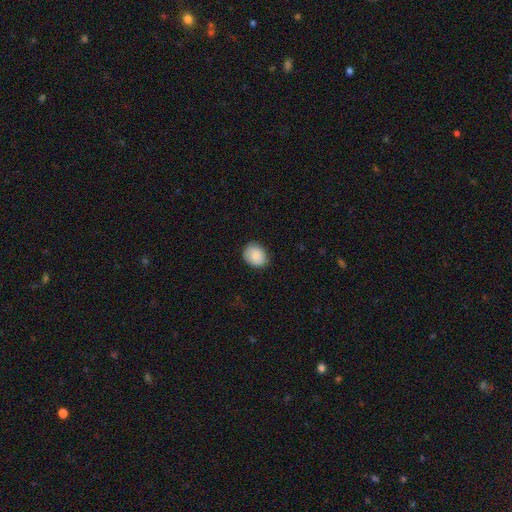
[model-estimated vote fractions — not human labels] Overall: smooth (88%). How rounded: round (54%; in between 45%). Merging: none (79%).